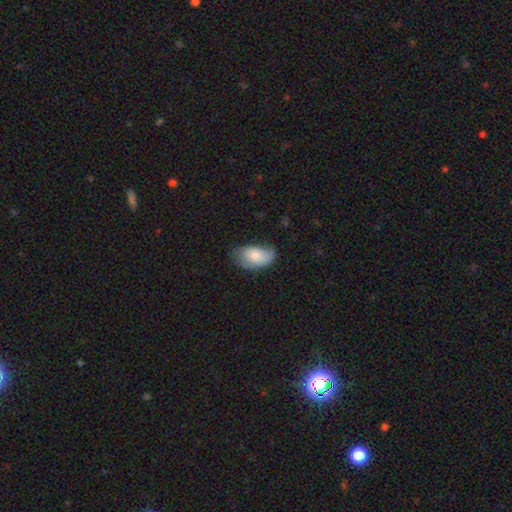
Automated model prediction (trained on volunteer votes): A smooth galaxy with no disk features (72%) that is in between round and cigar-shaped (93%).

Vote fractions:
- Smooth or featured? smooth: 72% / featured or disk: 22% / star or artifact: 6%
- How rounded? in between: 93% / round: 5% / cigar-shaped: 2%
- Merging? none: 53% / minor disturbance: 35% / major disturbance: 11% / merger: 2%